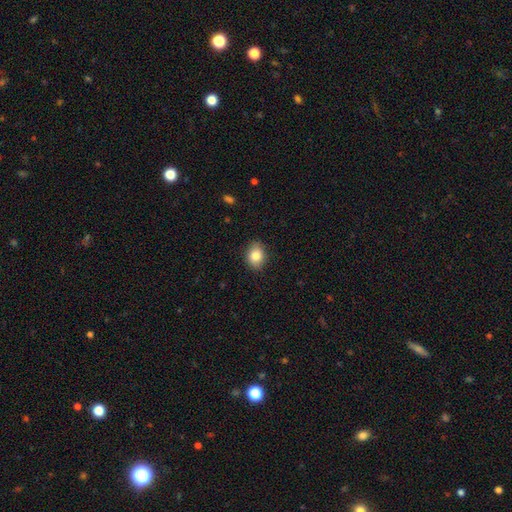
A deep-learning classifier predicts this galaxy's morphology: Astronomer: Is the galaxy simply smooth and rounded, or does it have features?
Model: smooth — 84%.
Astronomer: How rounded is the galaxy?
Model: in between — 58% (runner-up: round, 41%).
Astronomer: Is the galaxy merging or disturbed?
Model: none — 85%.